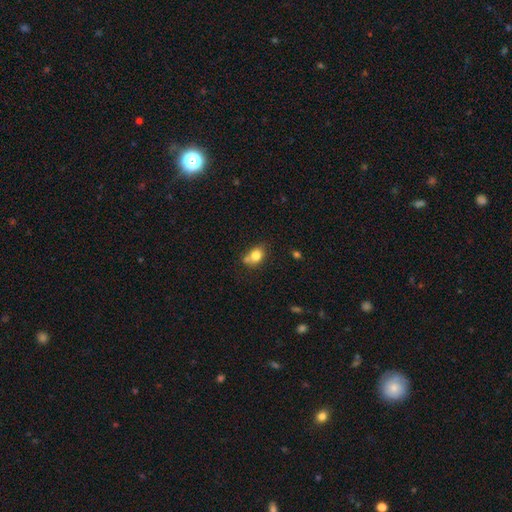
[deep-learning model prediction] This is likely a smooth galaxy (78%). How rounded: possibly in between (58%). Merging: possibly none (52%).